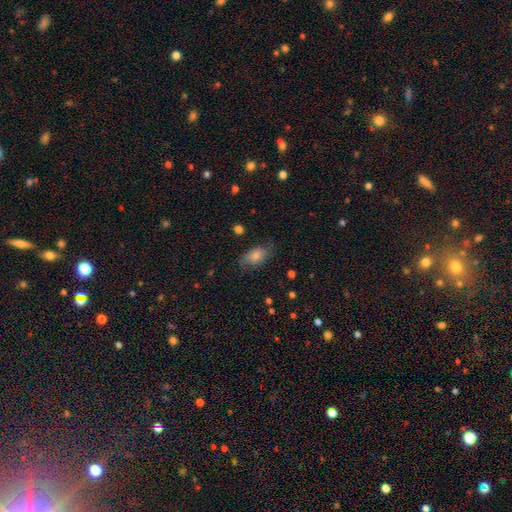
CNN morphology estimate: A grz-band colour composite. It shows a smooth galaxy with no disk features (74%) that is in between round and cigar-shaped (90%). Merging: none (70%).